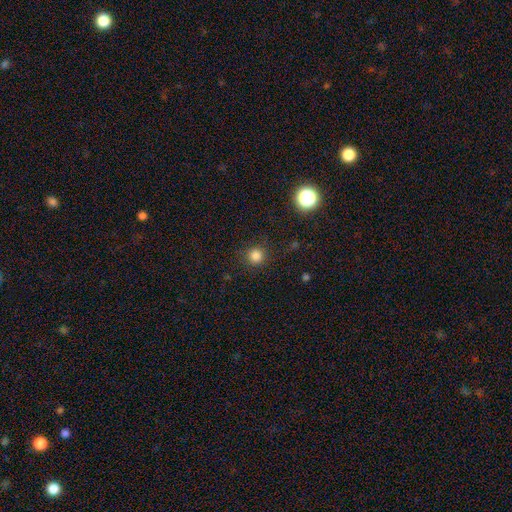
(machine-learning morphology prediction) smooth 82%, star or artifact 14%, featured or disk 4%. Down the decision tree: how rounded — round (94%); merging — none (88%).